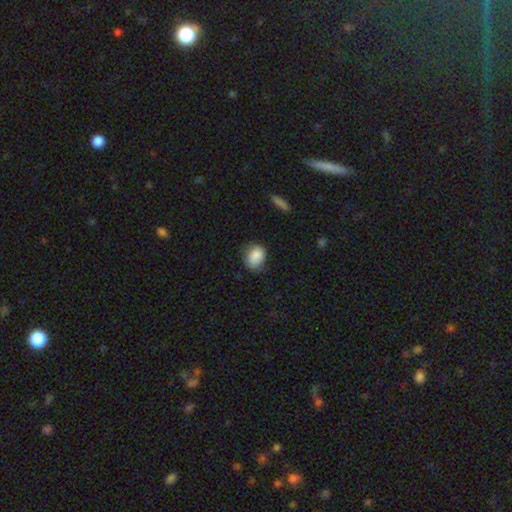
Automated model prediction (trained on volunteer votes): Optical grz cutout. It shows a smooth galaxy with no disk features (85%) that is round (50%). Merging: none (62%).